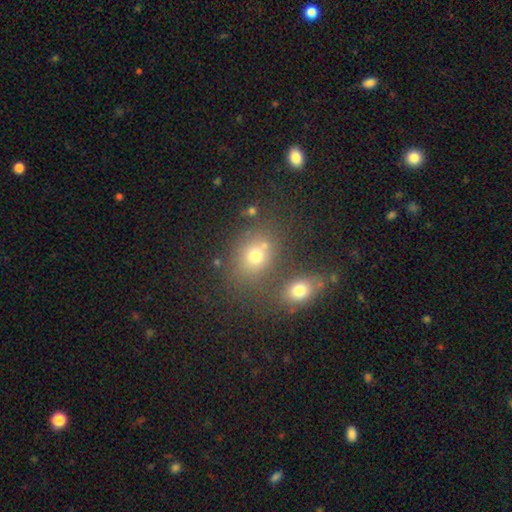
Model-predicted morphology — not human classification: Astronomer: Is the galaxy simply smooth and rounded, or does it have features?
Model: smooth — 69%.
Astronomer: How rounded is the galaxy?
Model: round — 52% (runner-up: in between, 47%).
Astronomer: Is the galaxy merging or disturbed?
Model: none — 55%.